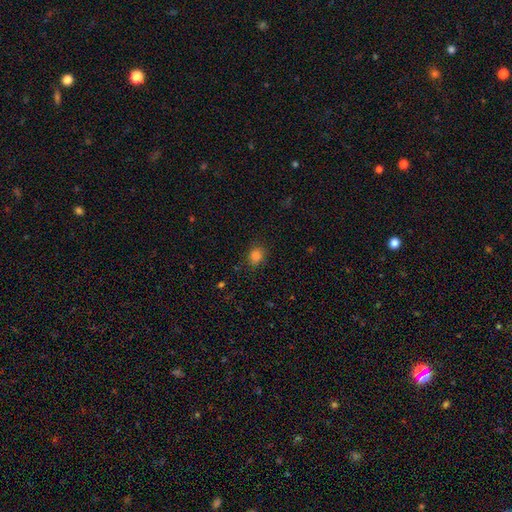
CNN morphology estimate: A smooth galaxy with no disk features (81%) that is round (61%). Merging: none (80%).